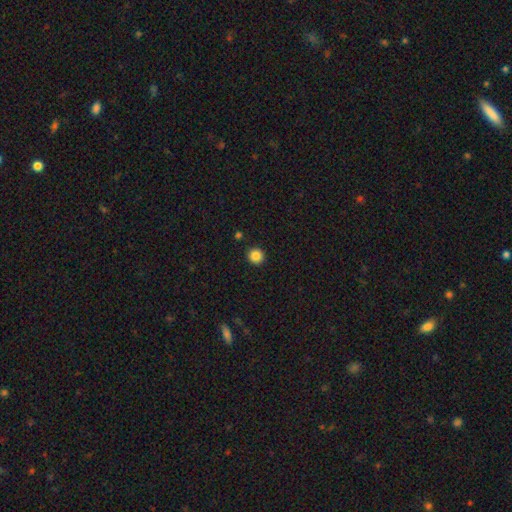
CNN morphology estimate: Smooth or featured?
  - smooth: 86% *
  - star or artifact: 10%
  - featured or disk: 4%
How rounded?
  - round: 94% *
  - in between: 5%
  - cigar-shaped: 1%
Merging?
  - none: 93% *
  - minor disturbance: 4%
  - major disturbance: 2%
  - merger: 1%